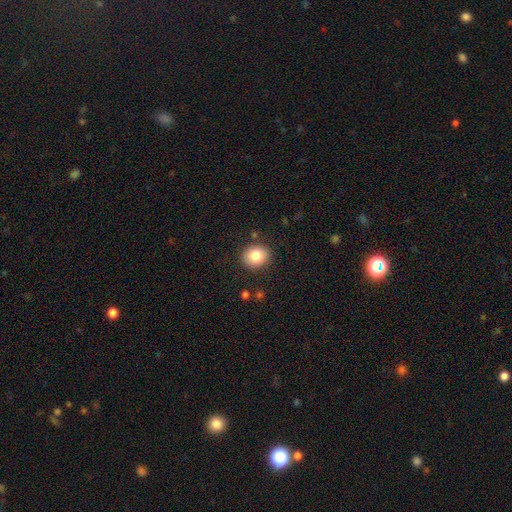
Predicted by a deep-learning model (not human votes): smooth_or_featured: smooth (p=0.82) [alt: featured or disk p=0.09]
how_rounded: round (p=0.68) [alt: in between p=0.31]
merging: none (p=0.87) [alt: minor disturbance p=0.09]